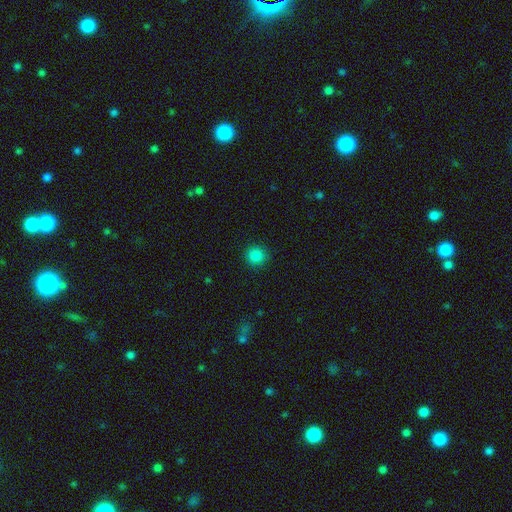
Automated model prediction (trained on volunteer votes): Smooth or featured? smooth (85%)
How rounded? round (93%)
Merging? none (91%)